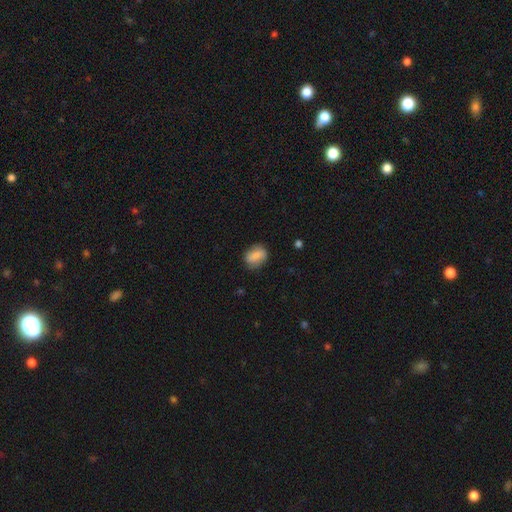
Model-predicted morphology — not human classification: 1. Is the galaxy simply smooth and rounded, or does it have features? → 82% smooth, 10% featured or disk, 8% star or artifact.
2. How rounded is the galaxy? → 68% in between, 28% round, 3% cigar-shaped.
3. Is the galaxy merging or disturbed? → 75% none, 18% minor disturbance, 5% major disturbance, 1% merger.